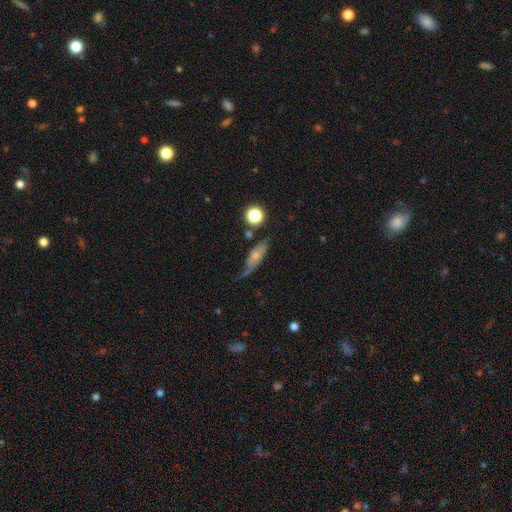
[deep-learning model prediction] Smooth or featured: smooth — 52% (featured or disk — 37%)
How rounded: in between — 67% (cigar-shaped — 25%)
Merging: none — 42% (minor disturbance — 31%)